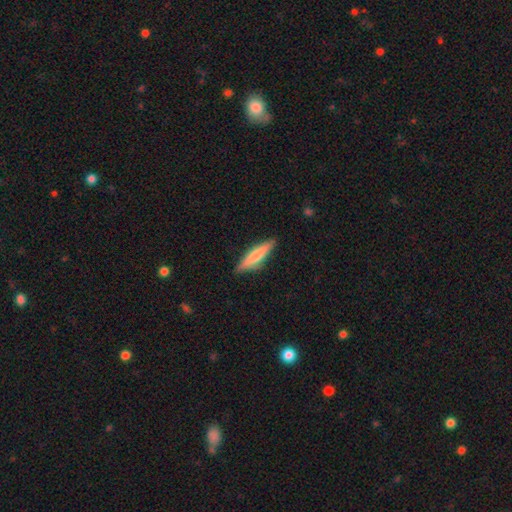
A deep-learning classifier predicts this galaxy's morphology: smooth 68%, featured or disk 26%, star or artifact 6%. Down the decision tree: how rounded — cigar-shaped (78%); merging — none (83%).